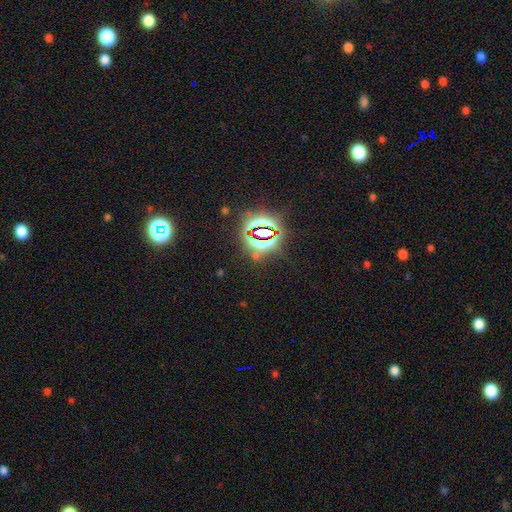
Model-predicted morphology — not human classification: Smooth or featured: star or artifact — 80% (smooth — 12%)